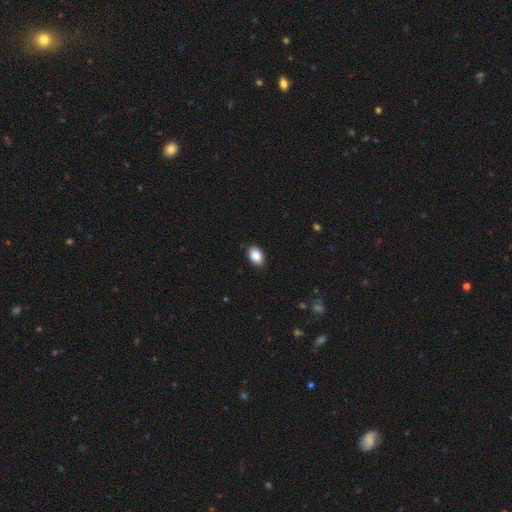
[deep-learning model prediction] Morphology: type=smooth (87%); roundness=in between (89%); merging=none (89%).